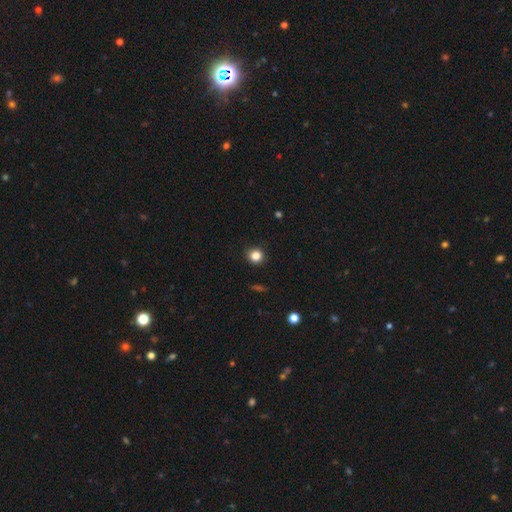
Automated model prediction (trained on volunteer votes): A smooth galaxy with no disk features (83%) that is round (92%).

Vote fractions:
- Smooth or featured? smooth: 83% / star or artifact: 13% / featured or disk: 4%
- How rounded? round: 92% / in between: 7% / cigar-shaped: 1%
- Merging? none: 91% / minor disturbance: 6% / major disturbance: 2% / merger: 1%